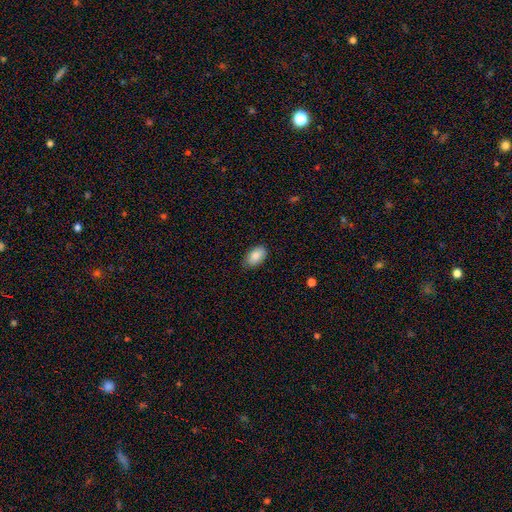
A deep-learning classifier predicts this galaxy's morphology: A smooth galaxy with no disk features (87%) that is in between round and cigar-shaped (93%). Merging: none (84%).